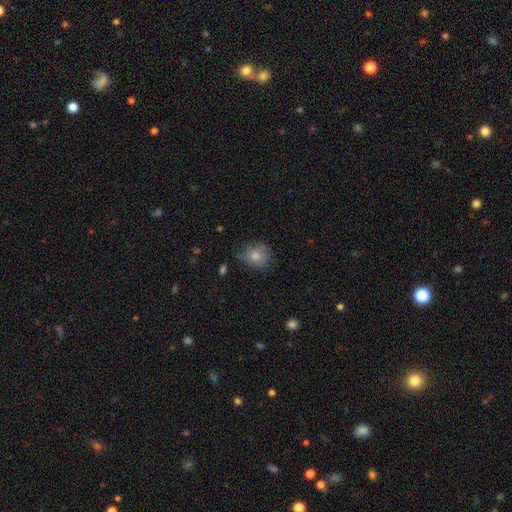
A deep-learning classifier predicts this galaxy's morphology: Smooth or featured?
  - smooth: 77% *
  - featured or disk: 14%
  - star or artifact: 9%
How rounded?
  - round: 75% *
  - in between: 24%
  - cigar-shaped: 1%
Merging?
  - none: 58% *
  - minor disturbance: 32%
  - major disturbance: 9%
  - merger: 2%